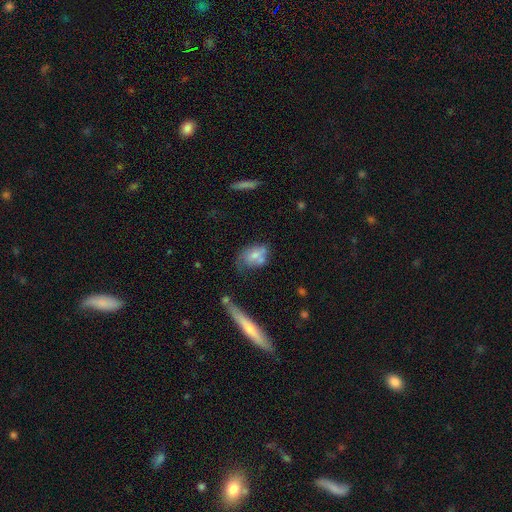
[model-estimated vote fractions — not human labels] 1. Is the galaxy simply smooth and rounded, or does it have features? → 65% smooth, 26% featured or disk, 9% star or artifact.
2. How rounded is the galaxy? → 77% in between, 20% round, 3% cigar-shaped.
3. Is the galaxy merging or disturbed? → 36% none, 25% minor disturbance, 24% merger, 14% major disturbance.